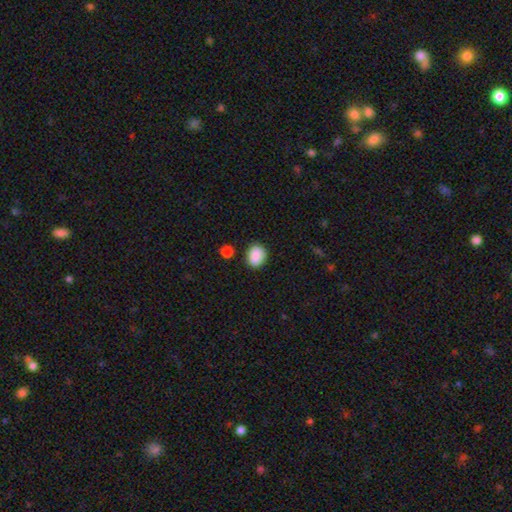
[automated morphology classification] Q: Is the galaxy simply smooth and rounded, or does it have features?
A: smooth — 86%.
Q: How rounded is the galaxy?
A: round — 54%.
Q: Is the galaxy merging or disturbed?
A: none — 80%.